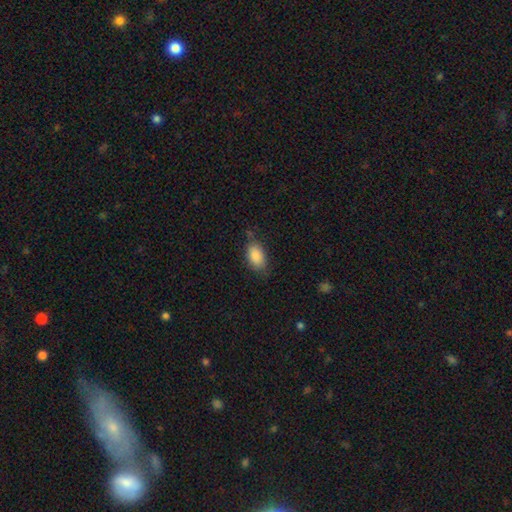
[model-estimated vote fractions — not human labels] This appears to be a smooth galaxy with no disk features (87%) that is in between round and cigar-shaped (92%). Merging: none (71%).